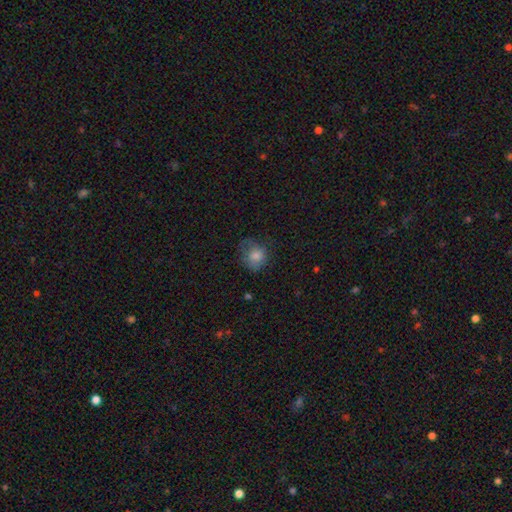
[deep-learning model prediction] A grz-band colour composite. It shows a smooth galaxy with no disk features (75%) that is round (72%). Merging: none (58%).